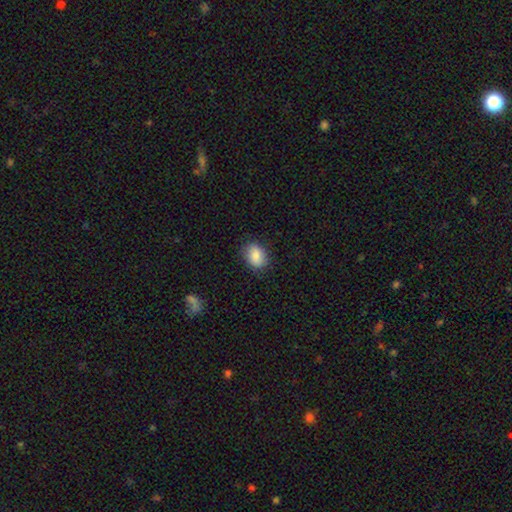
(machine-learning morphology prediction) type=smooth (86%); roundness=in between (73%); merging=none (82%).